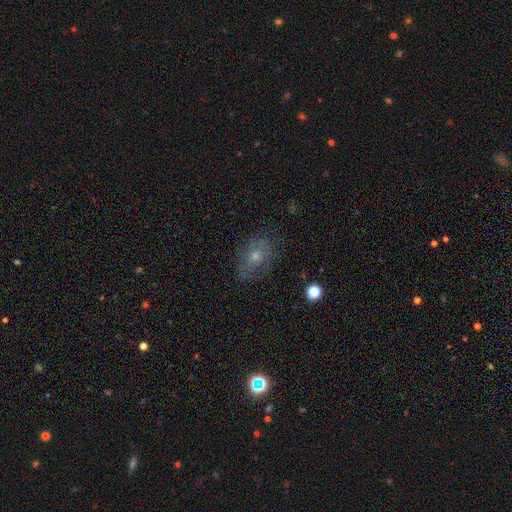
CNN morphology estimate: A smooth galaxy with no disk features (51%) that is in between round and cigar-shaped (76%).

Vote fractions:
- Smooth or featured? smooth: 51% / featured or disk: 37% / star or artifact: 13%
- How rounded? in between: 76% / round: 22% / cigar-shaped: 2%
- Merging? none: 67% / minor disturbance: 22% / major disturbance: 10% / merger: 2%